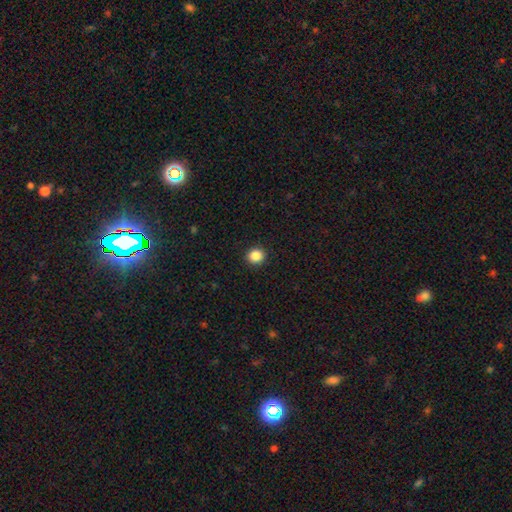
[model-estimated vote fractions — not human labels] This appears to be a smooth galaxy with no disk features (86%) that is round (87%). Merging: none (93%).